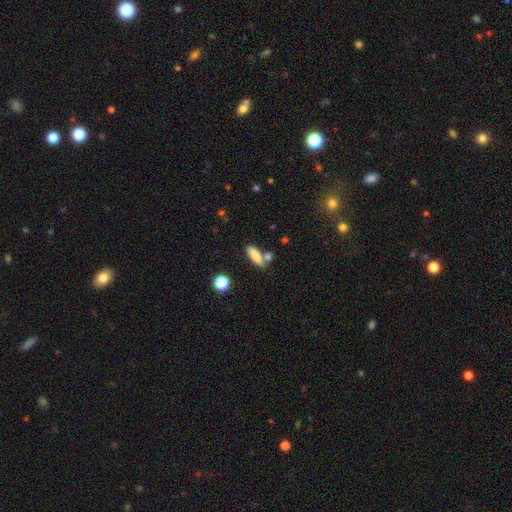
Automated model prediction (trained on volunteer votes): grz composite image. It shows a smooth galaxy with no disk features (78%) that is in between round and cigar-shaped (62%). Merging: none (59%).